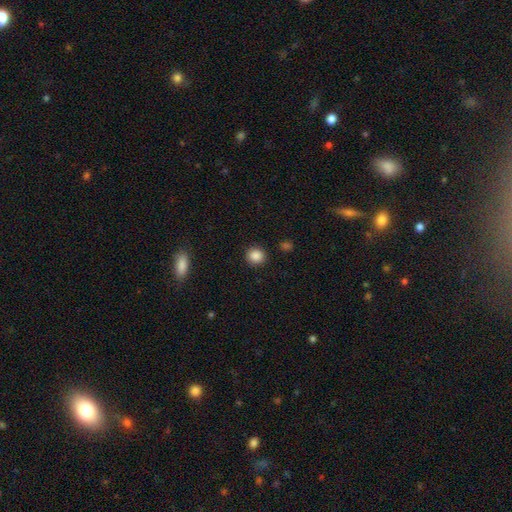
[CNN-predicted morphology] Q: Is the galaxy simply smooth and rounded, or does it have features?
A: smooth — 87%.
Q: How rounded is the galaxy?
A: round — 91%.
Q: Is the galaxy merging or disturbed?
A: none — 91%.